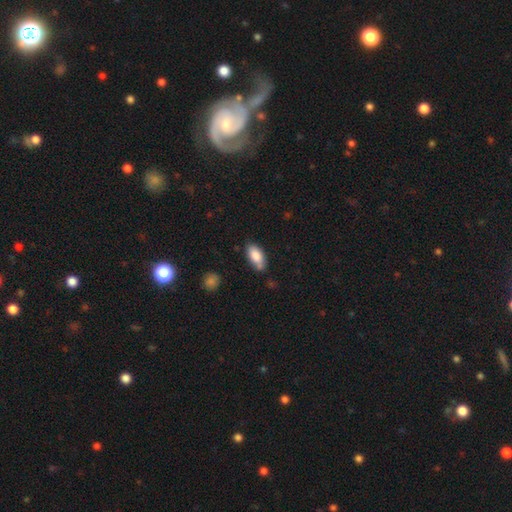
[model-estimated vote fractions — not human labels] A smooth galaxy with no disk features (84%) that is in between round and cigar-shaped (90%). Merging: none (68%).